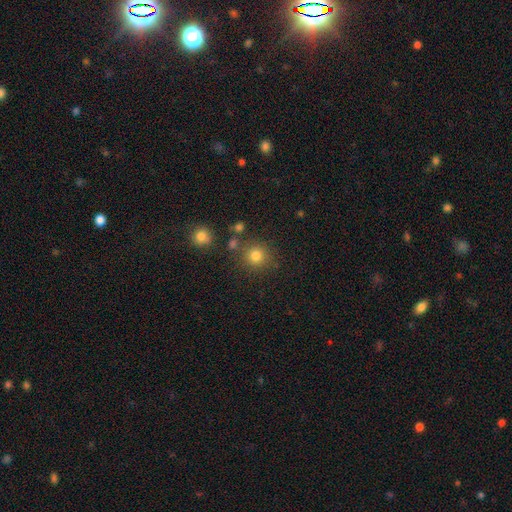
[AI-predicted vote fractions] smooth-or-featured: smooth: 80% | star or artifact: 14% | featured or disk: 6%
  how-rounded: round: 92% | in between: 7% | cigar-shaped: 1%
  merging: none: 82% | minor disturbance: 9% | merger: 6% | major disturbance: 4%